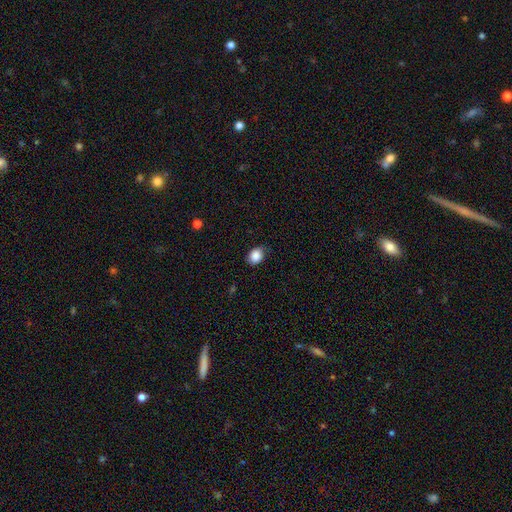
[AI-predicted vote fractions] Q: Smooth or featured?
A: smooth (87%); runner-up: star or artifact (8%)
Q: How rounded?
A: in between (53%); runner-up: round (46%)
Q: Merging?
A: none (74%); runner-up: minor disturbance (21%)